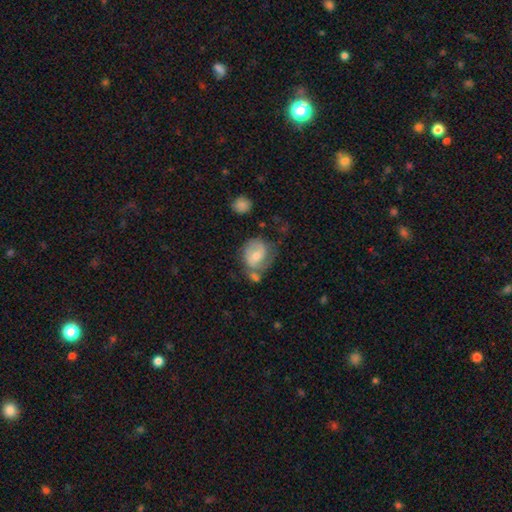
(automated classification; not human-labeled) A featured or disk galaxy (47%).

Vote fractions:
- Smooth or featured? featured or disk: 47% / smooth: 46% / star or artifact: 7%
- Merging? none: 39% / minor disturbance: 26% / major disturbance: 18% / merger: 17%